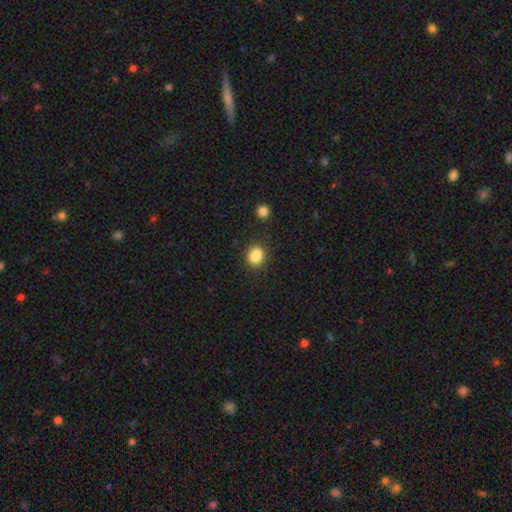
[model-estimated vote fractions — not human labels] Q: Smooth or featured?
A: smooth (86%); runner-up: star or artifact (10%)
Q: How rounded?
A: round (56%); runner-up: in between (43%)
Q: Merging?
A: none (82%); runner-up: minor disturbance (11%)